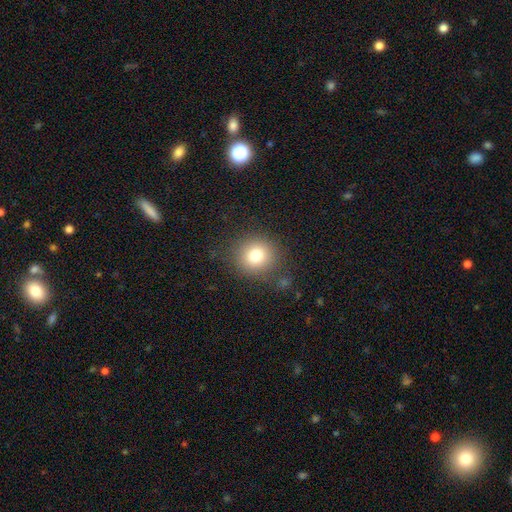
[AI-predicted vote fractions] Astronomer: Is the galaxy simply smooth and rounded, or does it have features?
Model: smooth — 78%.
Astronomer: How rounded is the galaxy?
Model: round — 89%.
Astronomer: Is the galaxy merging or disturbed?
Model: none — 83%.